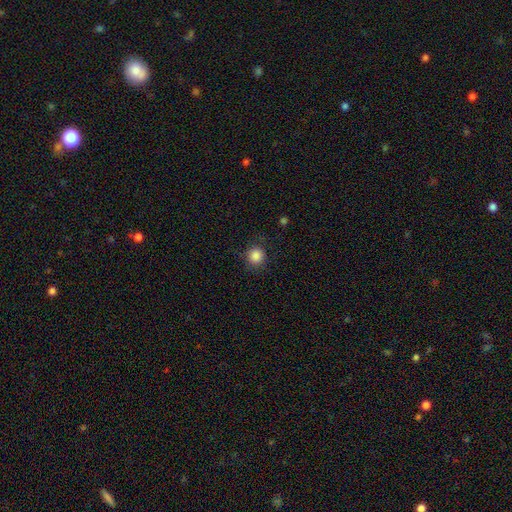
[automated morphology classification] This is clearly a smooth galaxy (85%). How rounded: clearly round (92%). Merging: clearly none (86%).